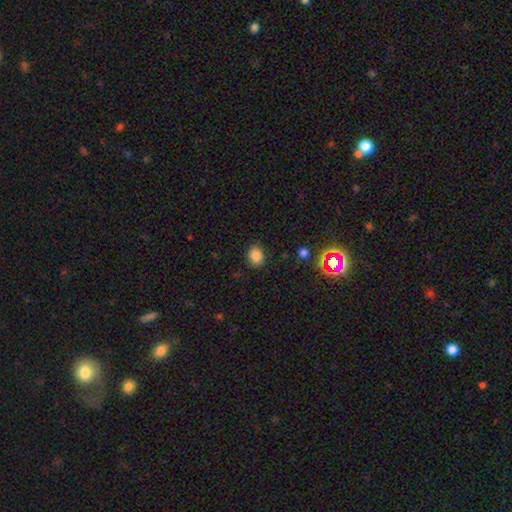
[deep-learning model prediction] Q: Smooth or featured?
A: smooth (84%); runner-up: star or artifact (12%)
Q: How rounded?
A: in between (50%); runner-up: round (49%)
Q: Merging?
A: none (84%); runner-up: minor disturbance (11%)